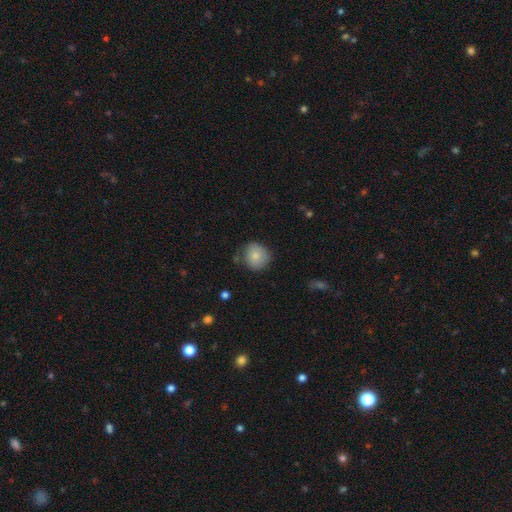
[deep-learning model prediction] A smooth galaxy with no disk features (80%) that is round (88%).

Vote fractions:
- Smooth or featured? smooth: 80% / featured or disk: 12% / star or artifact: 8%
- How rounded? round: 88% / in between: 11% / cigar-shaped: 1%
- Merging? none: 71% / minor disturbance: 21% / major disturbance: 5% / merger: 3%